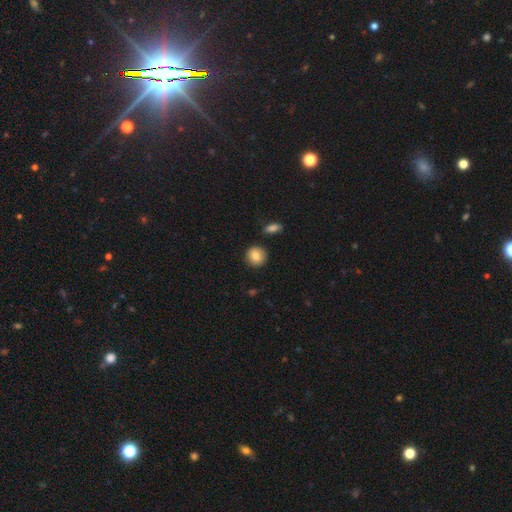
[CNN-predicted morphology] Smooth or featured? Predicted: smooth (p=0.86). How rounded? Predicted: round (p=0.89). Merging? Predicted: none (p=0.87).